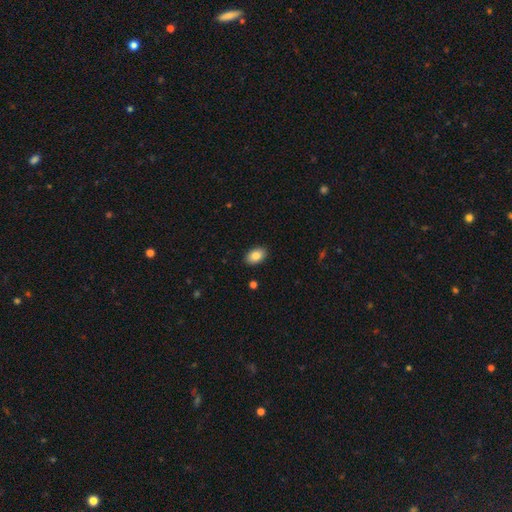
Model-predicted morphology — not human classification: type=smooth (85%); roundness=in between (90%); merging=none (90%).